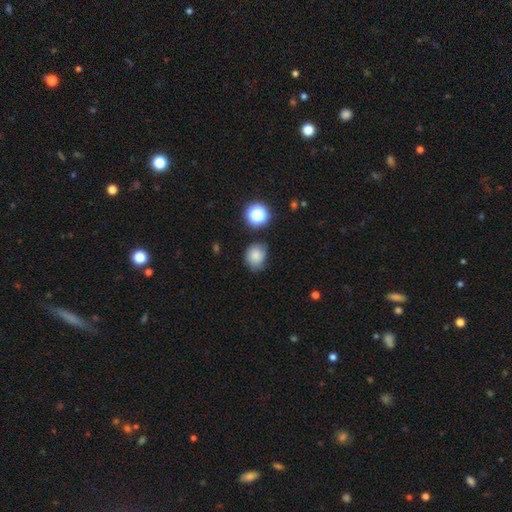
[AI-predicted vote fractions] Morphology: type=smooth (78%); roundness=round (67%); merging=none (64%).